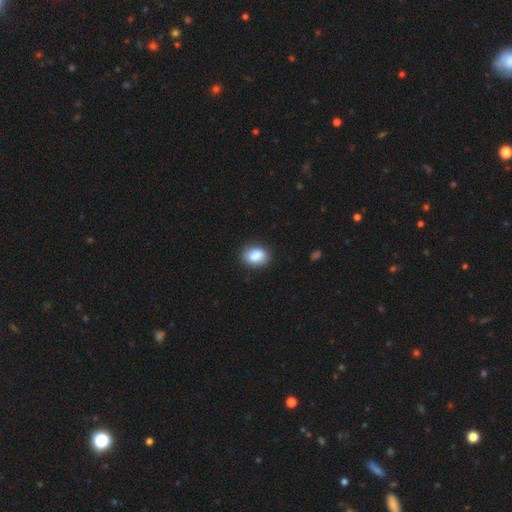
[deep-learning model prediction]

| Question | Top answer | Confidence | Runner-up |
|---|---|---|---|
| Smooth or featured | smooth | 87% | star or artifact (8%) |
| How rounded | in between | 68% | round (30%) |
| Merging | none | 82% | minor disturbance (14%) |